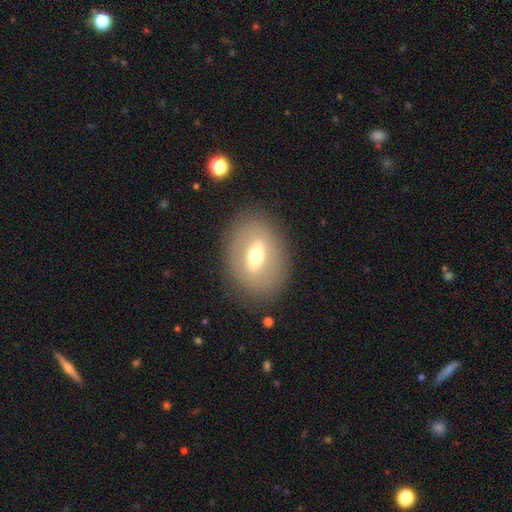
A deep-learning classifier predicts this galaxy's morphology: This is possibly a featured or disk galaxy (49%). Merging: clearly none (82%).